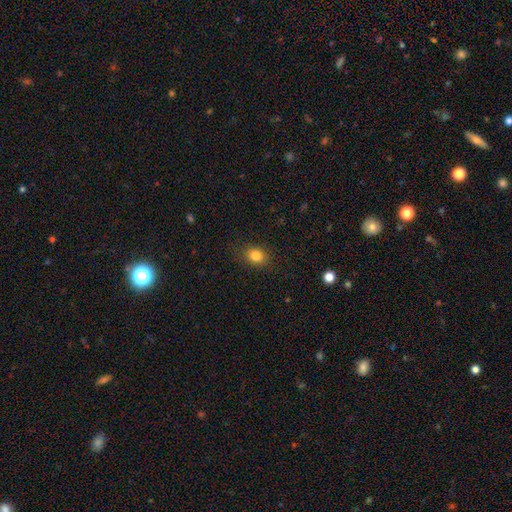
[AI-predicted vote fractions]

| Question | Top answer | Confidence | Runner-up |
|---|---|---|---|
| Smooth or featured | smooth | 83% | star or artifact (11%) |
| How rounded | in between | 51% | round (48%) |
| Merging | none | 86% | minor disturbance (10%) |